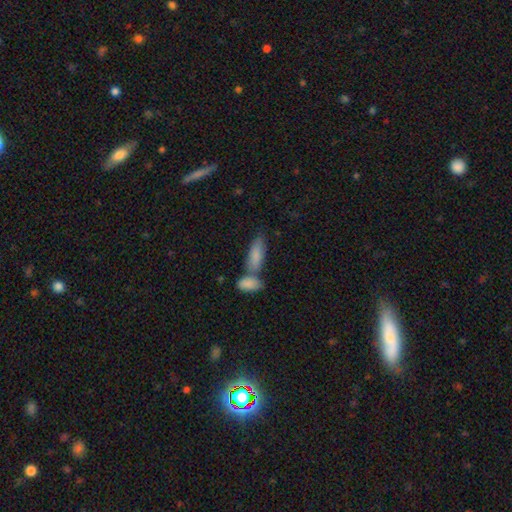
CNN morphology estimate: This appears to be a smooth galaxy with no disk features (83%) that is in between round and cigar-shaped (73%). Merging: none (43%).